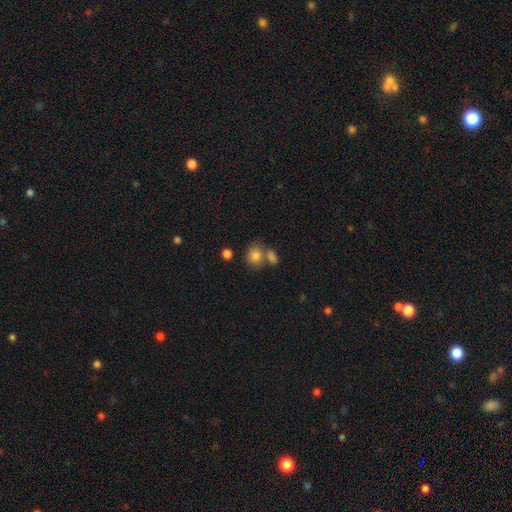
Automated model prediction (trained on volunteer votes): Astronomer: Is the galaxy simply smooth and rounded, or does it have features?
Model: smooth — 81%.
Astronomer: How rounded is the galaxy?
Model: round — 63%.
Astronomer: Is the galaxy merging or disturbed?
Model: none — 49% (runner-up: merger, 36%).